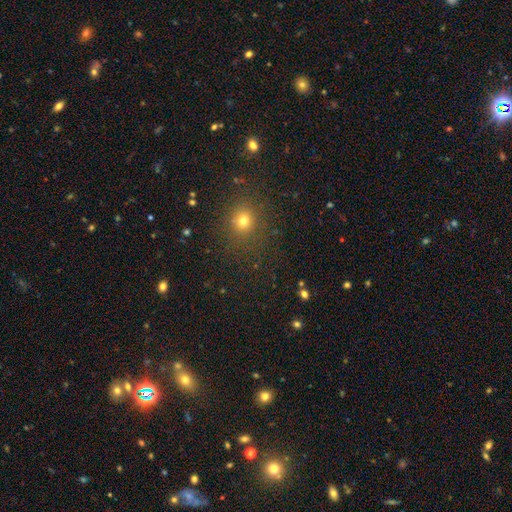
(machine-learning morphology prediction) smooth_or_featured: smooth (p=0.58) [alt: star or artifact p=0.36]
how_rounded: round (p=0.88) [alt: in between p=0.11]
merging: none (p=0.87) [alt: minor disturbance p=0.07]